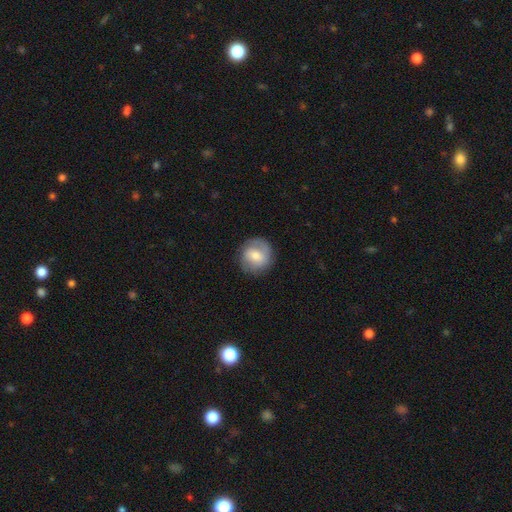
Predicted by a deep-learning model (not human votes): Morphology: type=smooth (57%); roundness=round (90%); merging=none (83%).